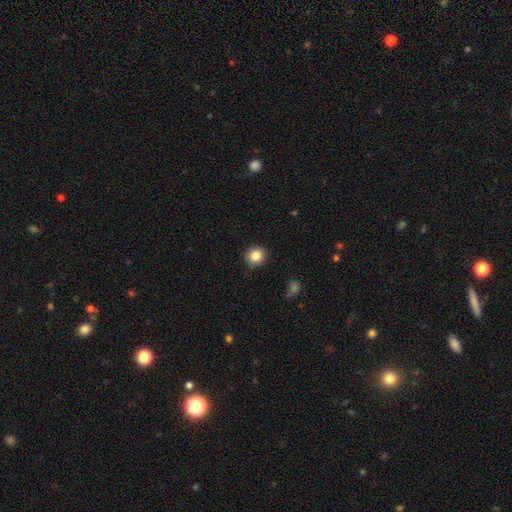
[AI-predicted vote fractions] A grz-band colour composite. It shows a smooth galaxy with no disk features (84%) that is round (89%). Merging: none (91%).